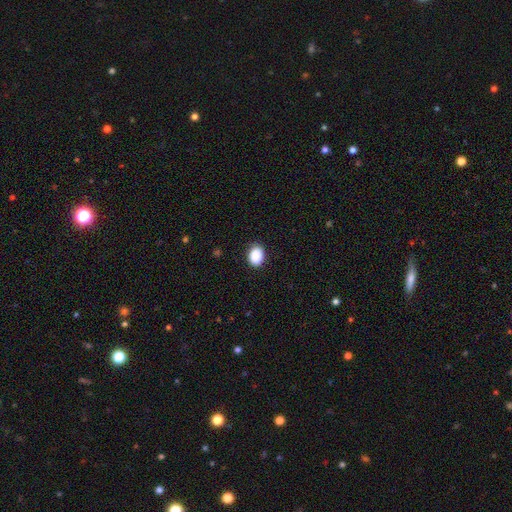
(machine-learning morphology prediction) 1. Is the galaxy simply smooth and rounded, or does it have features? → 90% smooth, 8% star or artifact, 3% featured or disk.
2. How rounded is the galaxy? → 68% in between, 31% round, 1% cigar-shaped.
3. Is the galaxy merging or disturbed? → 87% none, 10% minor disturbance, 2% major disturbance, 1% merger.